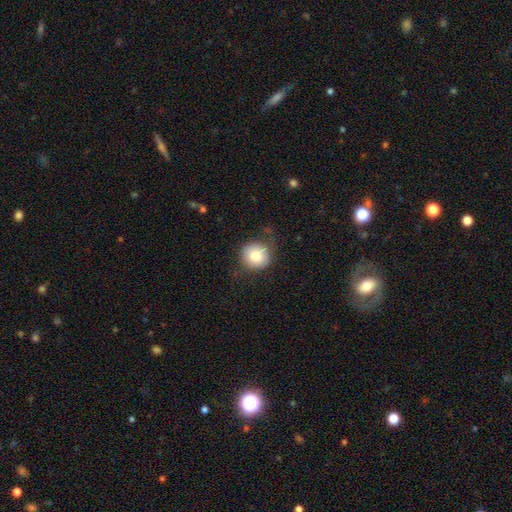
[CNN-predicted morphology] This is clearly a smooth galaxy (81%). How rounded: clearly round (92%). Merging: likely none (76%).